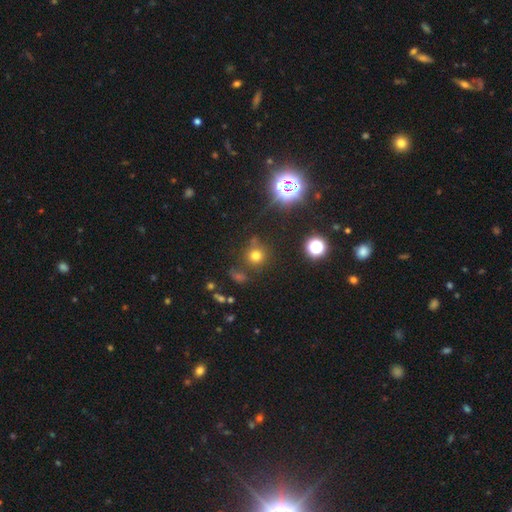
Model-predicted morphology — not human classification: Q: Smooth or featured?
A: smooth (67%); runner-up: star or artifact (25%)
Q: How rounded?
A: round (91%); runner-up: in between (8%)
Q: Merging?
A: none (76%); runner-up: minor disturbance (11%)